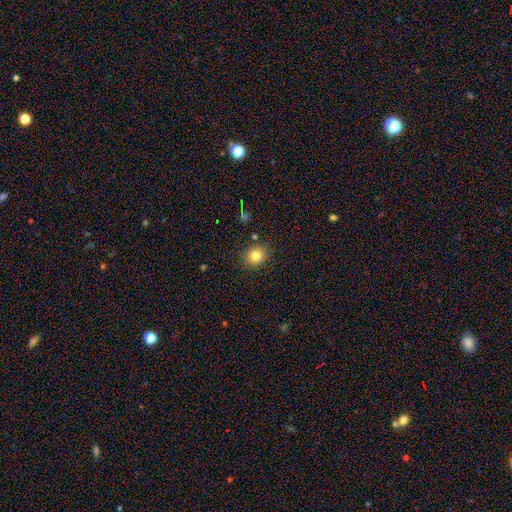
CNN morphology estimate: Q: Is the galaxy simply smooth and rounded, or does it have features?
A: smooth — 81%.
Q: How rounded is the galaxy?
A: round — 80%.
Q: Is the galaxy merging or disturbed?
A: none — 84%.